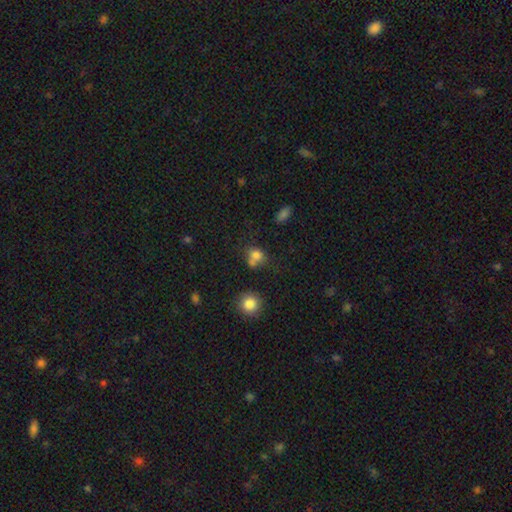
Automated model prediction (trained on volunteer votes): Smooth or featured? smooth (77%)
How rounded? round (69%)
Merging? none (45%)